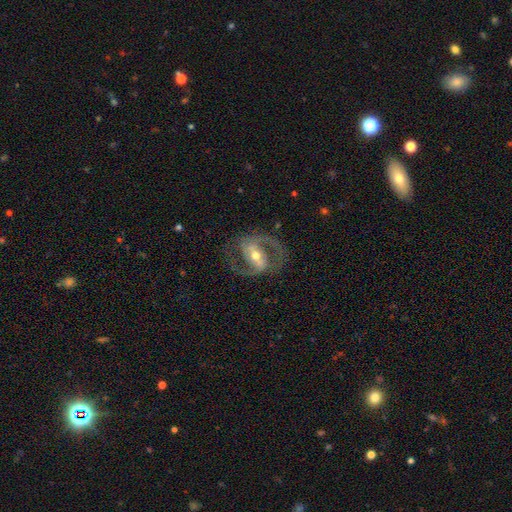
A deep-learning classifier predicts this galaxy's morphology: Smooth or featured: featured or disk — 90% (smooth — 5%)
Edge-on disk: no — 97% (yes — 3%)
Bar: strong — 50% (weak — 35%)
Spiral arms: yes — 95% (no — 5%)
Spiral winding: medium — 64% (loose — 20%)
Spiral arm count: 2 — 93% (can't tell — 2%)
Bulge size: moderate — 66% (small — 27%)
Merging: none — 78% (minor disturbance — 11%)